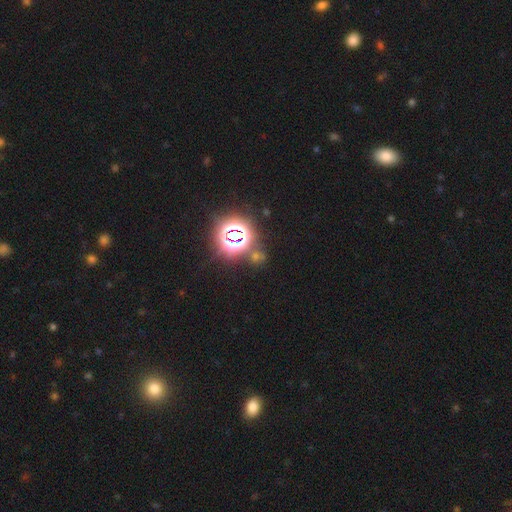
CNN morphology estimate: This is likely a star or artifact rather than a galaxy (75%).